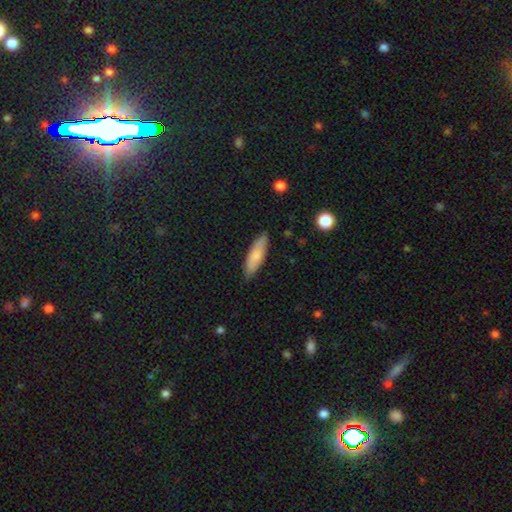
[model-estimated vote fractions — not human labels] This is likely a smooth galaxy (78%). How rounded: possibly cigar-shaped (52%). Merging: clearly none (84%).